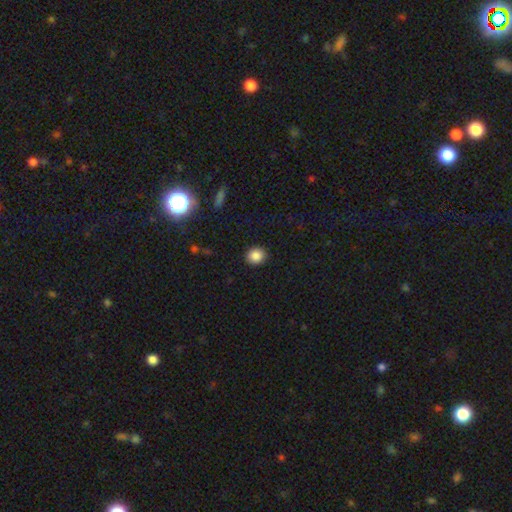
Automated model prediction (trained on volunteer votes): smooth-or-featured: smooth: 86% | star or artifact: 10% | featured or disk: 4%
  how-rounded: round: 82% | in between: 17% | cigar-shaped: 1%
  merging: none: 92% | minor disturbance: 6% | major disturbance: 2% | merger: 1%